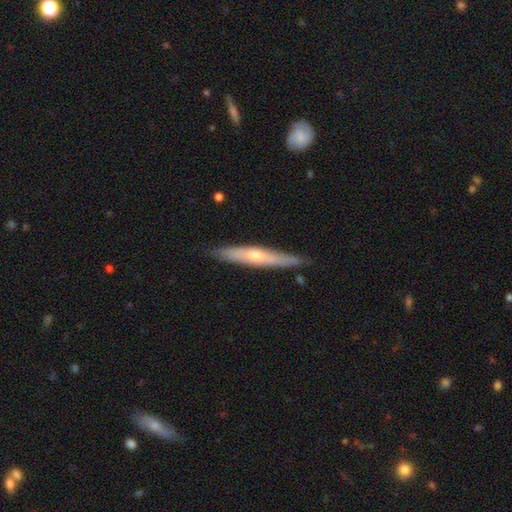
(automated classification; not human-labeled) Overall: featured or disk (56%; smooth 38%). Edge-on disk: yes (90%). Edge-on bulge: rounded (70%). Merging: none (85%).